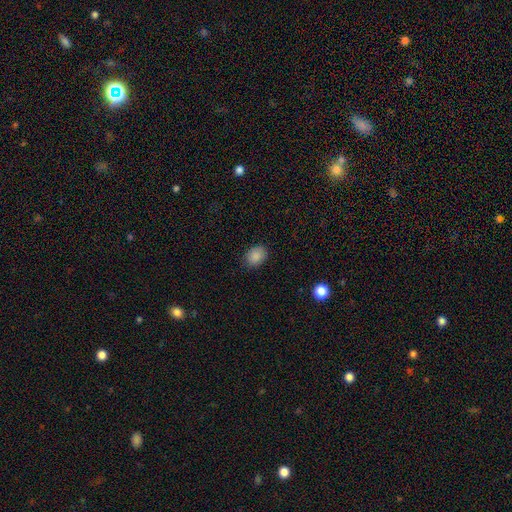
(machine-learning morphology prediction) Q: Smooth or featured?
A: smooth (87%); runner-up: star or artifact (9%)
Q: How rounded?
A: in between (65%); runner-up: round (35%)
Q: Merging?
A: none (85%); runner-up: minor disturbance (11%)